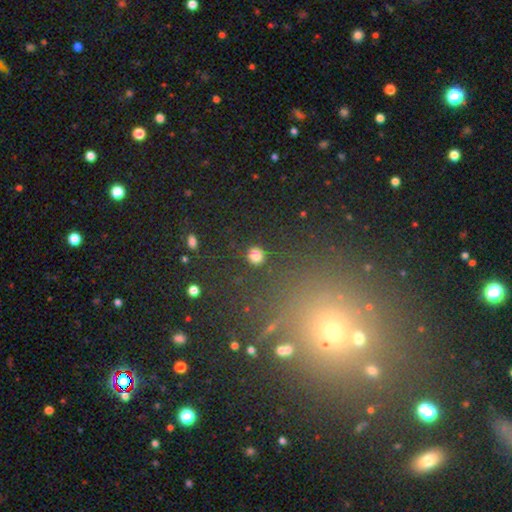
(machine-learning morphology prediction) smooth 81%, star or artifact 13%, featured or disk 5%. Down the decision tree: how rounded — round (91%); merging — none (87%).